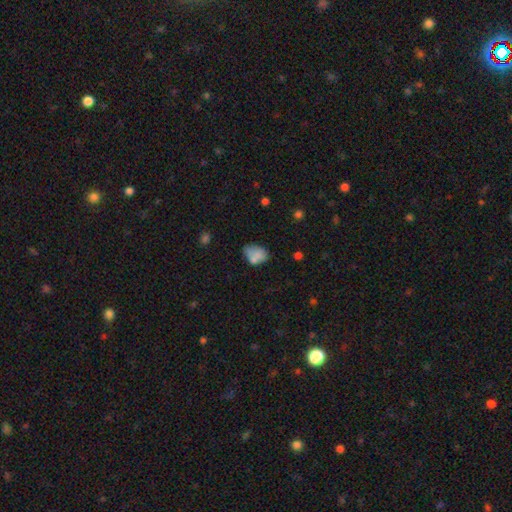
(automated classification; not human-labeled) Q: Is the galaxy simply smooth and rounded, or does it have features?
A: smooth — 75%.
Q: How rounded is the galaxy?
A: in between — 81%.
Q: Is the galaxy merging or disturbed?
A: none — 44%.